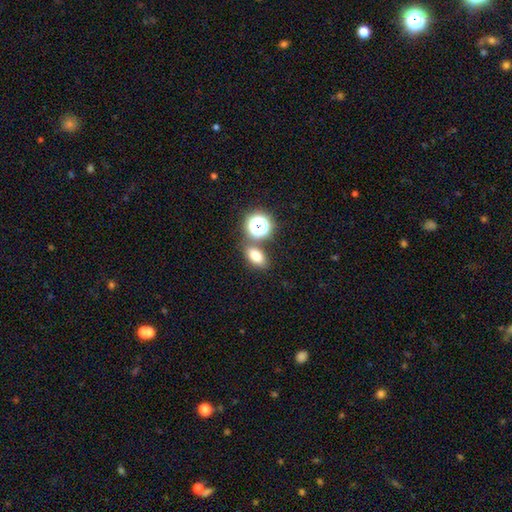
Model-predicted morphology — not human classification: Smooth or featured? smooth (74%)
How rounded? in between (72%)
Merging? none (73%)